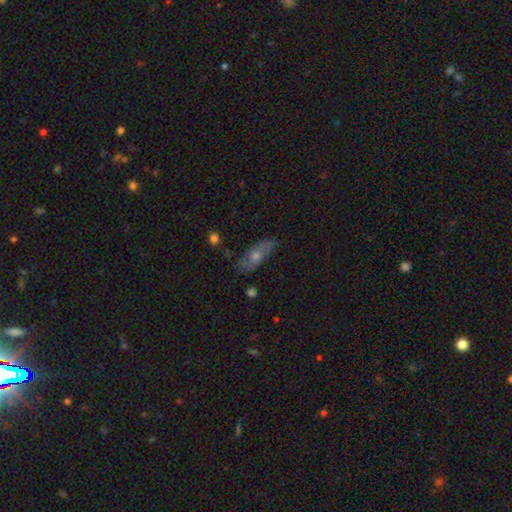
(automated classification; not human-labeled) Morphology: type=featured or disk (47%); merging=none (78%).